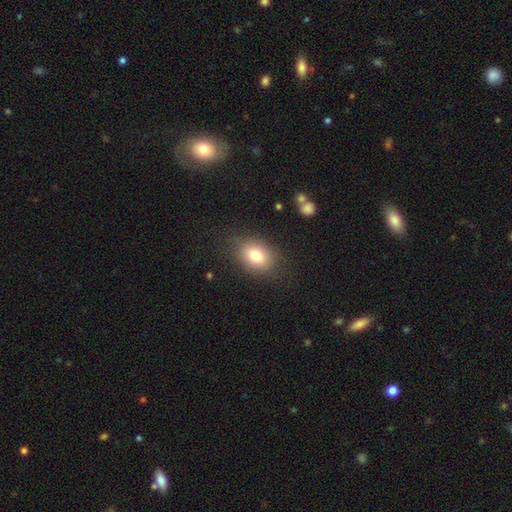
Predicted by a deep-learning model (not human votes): Q: Smooth or featured?
A: smooth (80%); runner-up: featured or disk (11%)
Q: How rounded?
A: in between (69%); runner-up: round (30%)
Q: Merging?
A: none (81%); runner-up: minor disturbance (13%)